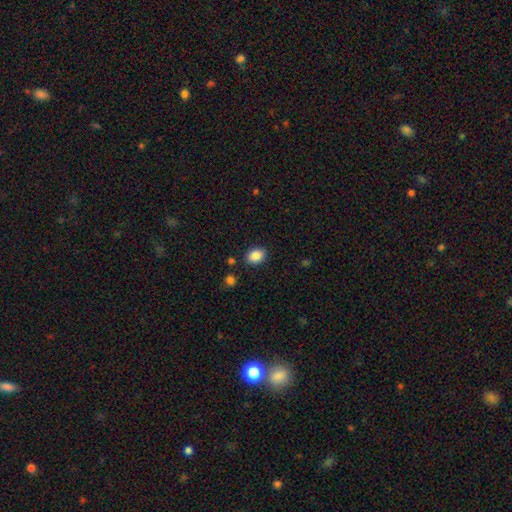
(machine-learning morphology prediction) Smooth or featured?
  - smooth: 88% *
  - star or artifact: 9%
  - featured or disk: 4%
How rounded?
  - in between: 67% *
  - round: 32%
  - cigar-shaped: 1%
Merging?
  - none: 85% *
  - minor disturbance: 9%
  - major disturbance: 3%
  - merger: 3%